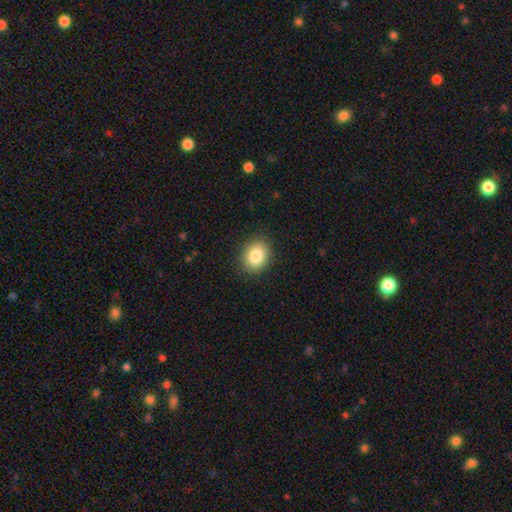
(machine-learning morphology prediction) Overall: smooth (84%). How rounded: in between (56%; round 43%). Merging: none (89%).